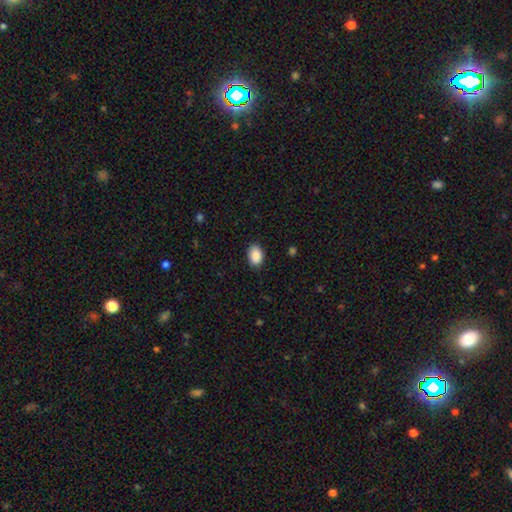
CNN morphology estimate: A smooth galaxy with no disk features (90%) that is in between round and cigar-shaped (85%). Merging: none (86%).